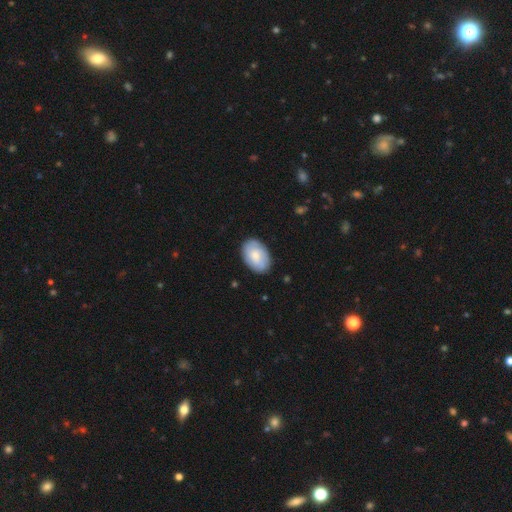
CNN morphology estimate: Overall: smooth (67%). How rounded: in between (88%). Merging: none (83%).